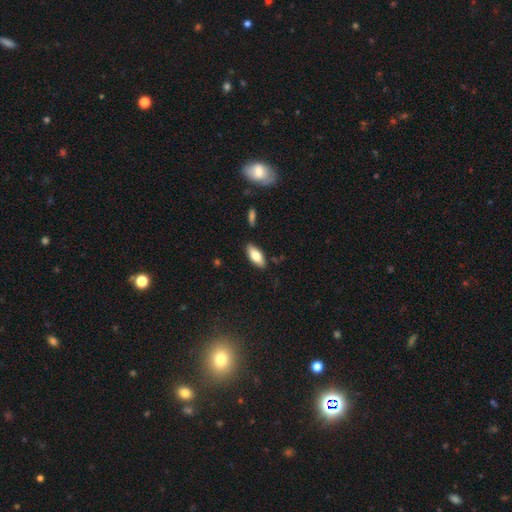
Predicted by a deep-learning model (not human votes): Smooth or featured? smooth (74%)
How rounded? in between (82%)
Merging? none (85%)